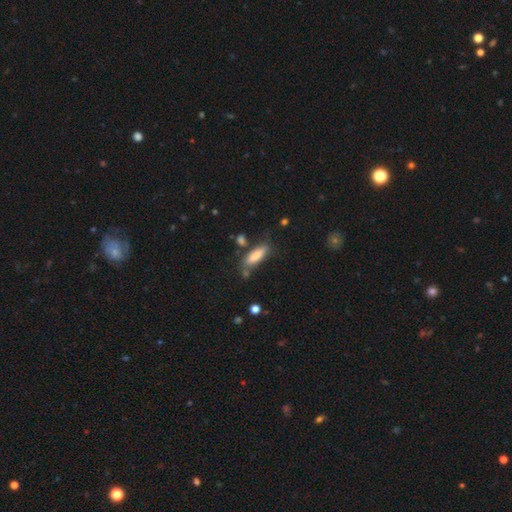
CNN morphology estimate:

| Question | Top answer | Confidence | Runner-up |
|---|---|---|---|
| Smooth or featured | smooth | 81% | featured or disk (12%) |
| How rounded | in between | 49% | tied: cigar-shaped (49%) |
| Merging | none | 65% | minor disturbance (20%) |